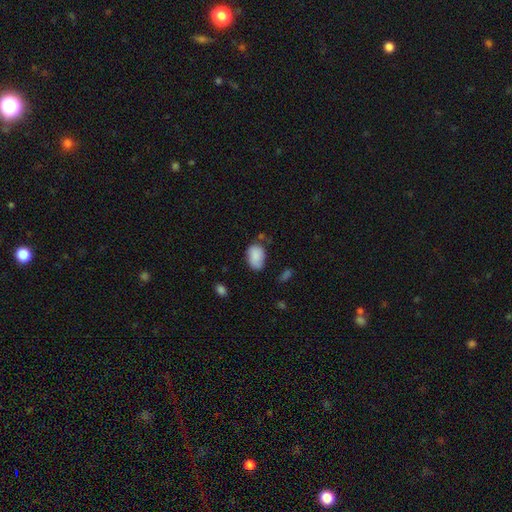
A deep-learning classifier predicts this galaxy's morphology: This appears to be a smooth galaxy with no disk features (87%) that is in between round and cigar-shaped (88%). Merging: none (61%).